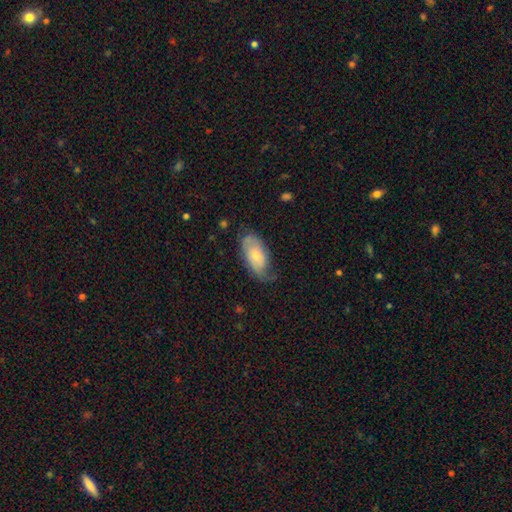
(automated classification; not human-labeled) Smooth or featured?
  - smooth: 53% *
  - featured or disk: 41%
  - star or artifact: 6%
How rounded?
  - in between: 93% *
  - cigar-shaped: 4%
  - round: 4%
Merging?
  - none: 55% *
  - minor disturbance: 31%
  - major disturbance: 13%
  - merger: 2%